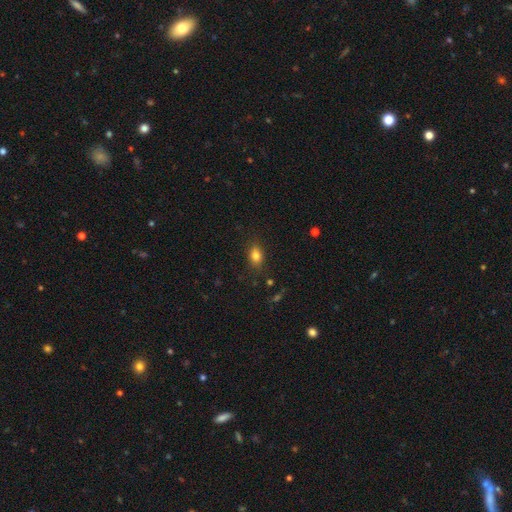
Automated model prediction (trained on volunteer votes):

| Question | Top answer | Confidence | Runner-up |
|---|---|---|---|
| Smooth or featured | smooth | 82% | star or artifact (11%) |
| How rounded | in between | 79% | round (19%) |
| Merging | none | 83% | minor disturbance (12%) |